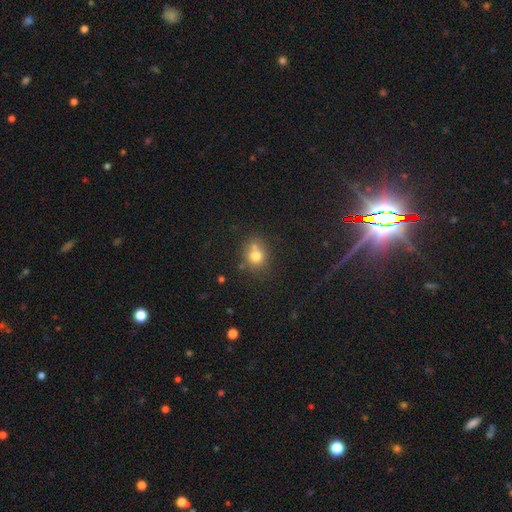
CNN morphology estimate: Smooth or featured? Predicted: smooth (p=0.75). How rounded? Predicted: round (p=0.73). Merging? Predicted: none (p=0.54).